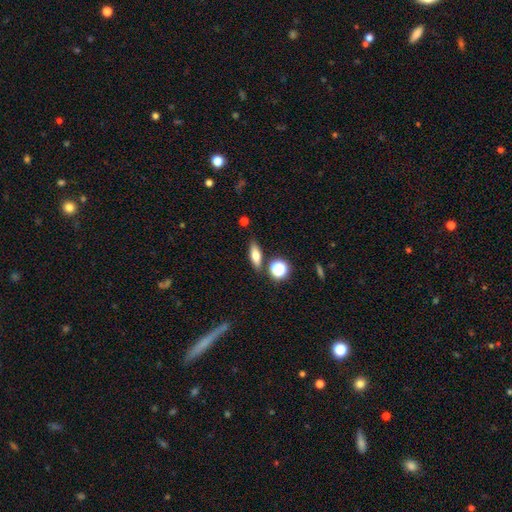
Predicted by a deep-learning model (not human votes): Q: Smooth or featured?
A: smooth (67%); runner-up: featured or disk (22%)
Q: How rounded?
A: in between (56%); runner-up: cigar-shaped (35%)
Q: Merging?
A: none (81%); runner-up: minor disturbance (10%)